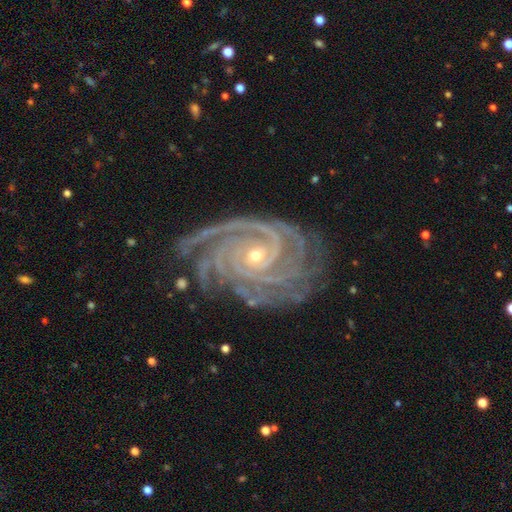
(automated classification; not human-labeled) A featured or disk galaxy (93%) with no bar (65%), 4 (29%) tight (83%) spiral arms (99%) and a small central bulge (69%).

Vote fractions:
- Smooth or featured? featured or disk: 93% / star or artifact: 5% / smooth: 2%
- Edge-on disk? no: 97% / yes: 3%
- Bar? no: 65% / weak: 21% / strong: 13%
- Spiral arms? yes: 99% / no: 1%
- Spiral winding? tight: 83% / medium: 15% / loose: 2%
- Spiral arm count? 4: 29% / 3: 20% / more than 4: 20% / can't tell: 12% / 2: 11% / 1: 8%
- Bulge size? small: 69% / moderate: 28% / large: 1% / none: 1% / dominant: 1%
- Merging? none: 77% / minor disturbance: 16% / major disturbance: 5% / merger: 1%